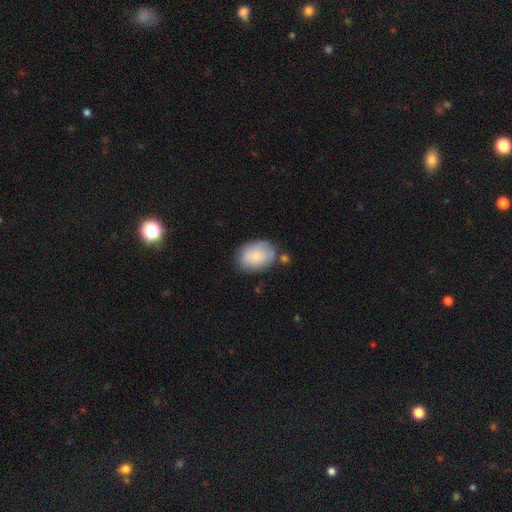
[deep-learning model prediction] smooth 75%, featured or disk 19%, star or artifact 6%. Down the decision tree: how rounded — in between (77%); merging — none (65%).